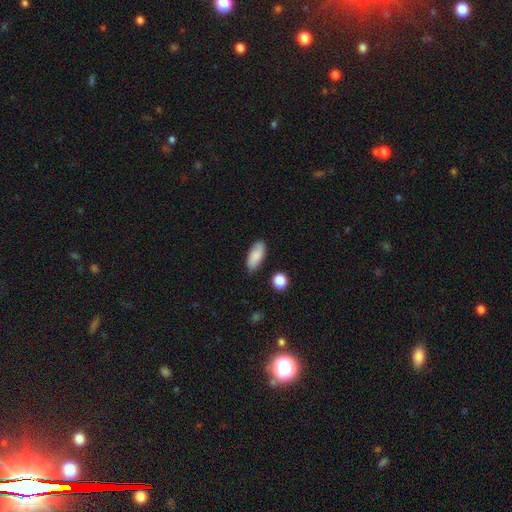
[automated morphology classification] smooth 82%, featured or disk 10%, star or artifact 7%. Down the decision tree: how rounded — in between (88%); merging — none (82%).